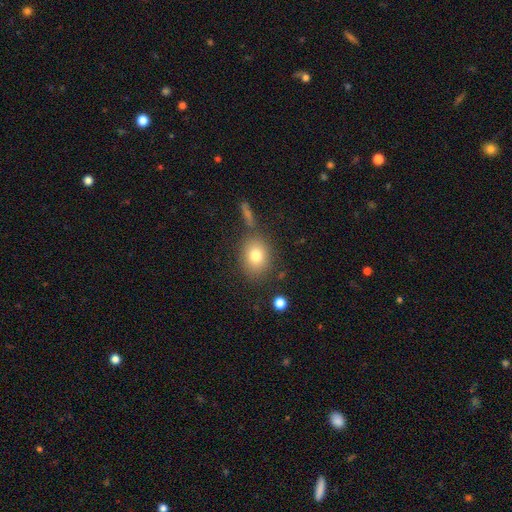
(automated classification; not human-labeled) The model was most divided on "how rounded": in between: 51%, round: 47%, cigar-shaped: 1%. More confident: smooth or featured — smooth (78%); merging — none (76%).